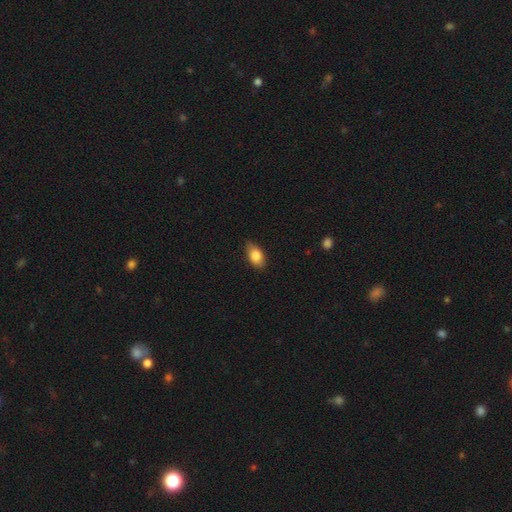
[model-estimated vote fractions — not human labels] This is clearly a smooth galaxy (83%). How rounded: clearly in between (88%). Merging: likely none (76%).